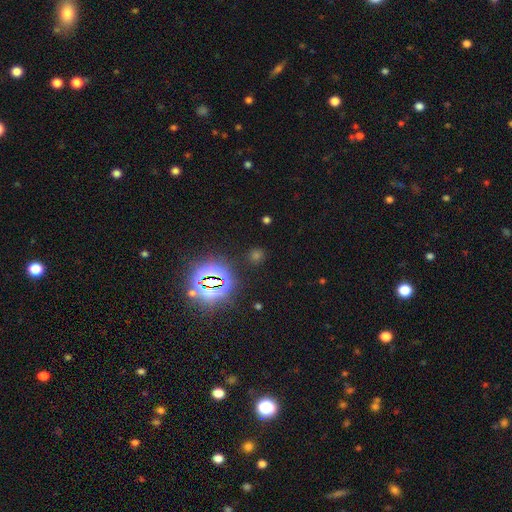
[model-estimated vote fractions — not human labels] Smooth or featured? Predicted: star or artifact (p=0.60).